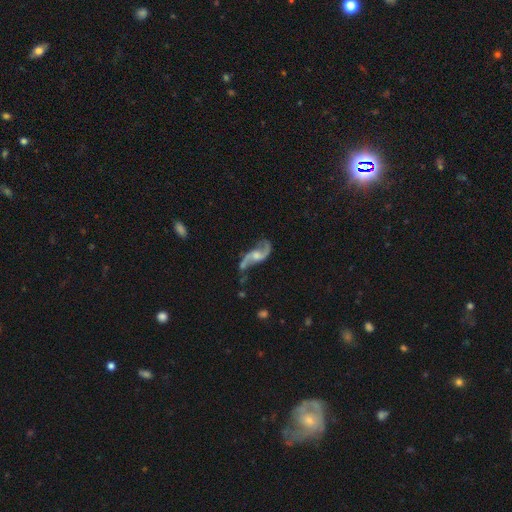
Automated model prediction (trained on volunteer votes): Morphology: type=featured or disk (87%); edge-on=no (95%); bar=no (53%); spiral arms=yes (95%); winding=loose (82%); arm count=2 (92%); bulge=moderate (48%); merging=none (57%).